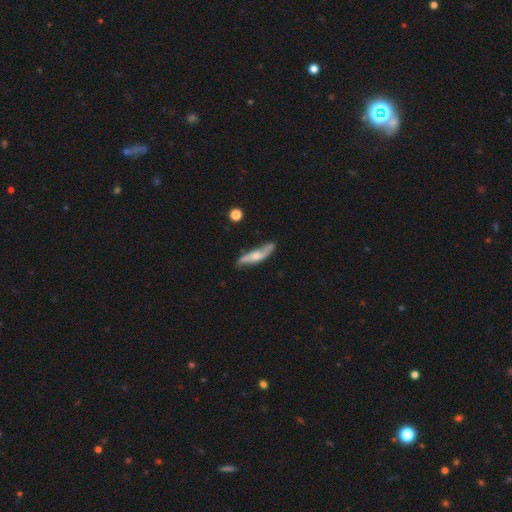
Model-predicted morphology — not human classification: Smooth or featured?
  - featured or disk: 62% *
  - smooth: 32%
  - star or artifact: 6%
Edge-on disk?
  - no: 61% *
  - yes: 39%
Merging?
  - none: 73% *
  - minor disturbance: 20%
  - major disturbance: 5%
  - merger: 3%